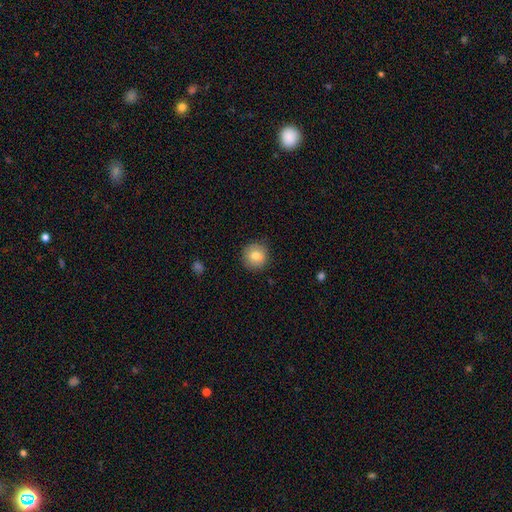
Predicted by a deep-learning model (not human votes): smooth_or_featured: smooth (p=0.80) [alt: featured or disk p=0.11]
how_rounded: round (p=0.93) [alt: in between p=0.06]
merging: none (p=0.89) [alt: minor disturbance p=0.08]